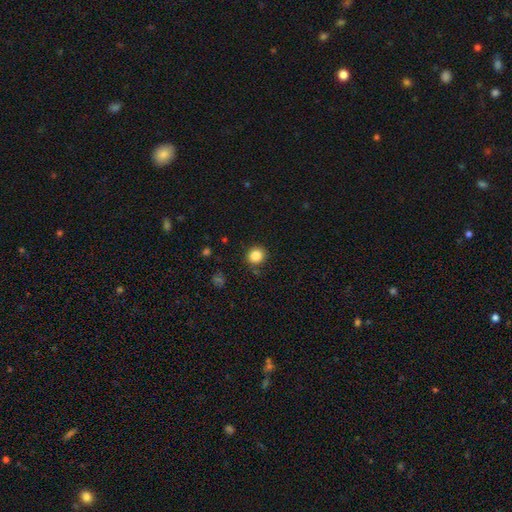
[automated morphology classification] Smooth or featured? smooth (84%)
How rounded? round (89%)
Merging? none (88%)